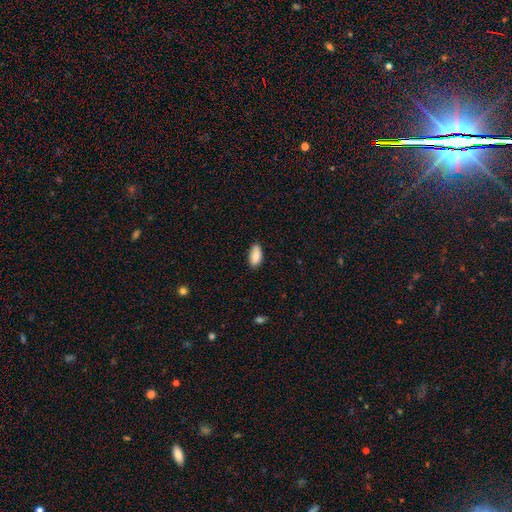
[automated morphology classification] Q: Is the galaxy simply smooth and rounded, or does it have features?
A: smooth — 88%.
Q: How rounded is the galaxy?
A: in between — 93%.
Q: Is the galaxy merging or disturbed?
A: none — 86%.